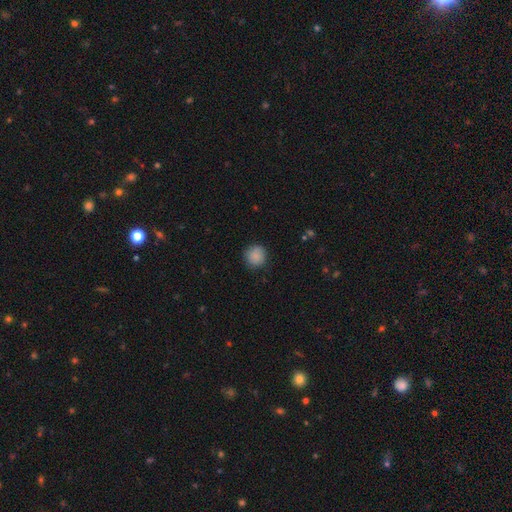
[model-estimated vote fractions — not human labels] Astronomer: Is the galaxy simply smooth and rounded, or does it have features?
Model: smooth — 87%.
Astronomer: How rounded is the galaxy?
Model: round — 92%.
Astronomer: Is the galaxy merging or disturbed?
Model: none — 86%.